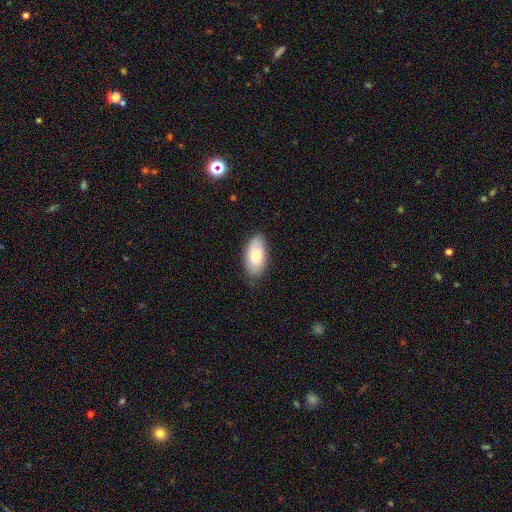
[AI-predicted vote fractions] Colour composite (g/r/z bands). It shows a smooth galaxy with no disk features (75%) that is in between round and cigar-shaped (94%). Merging: none (83%).